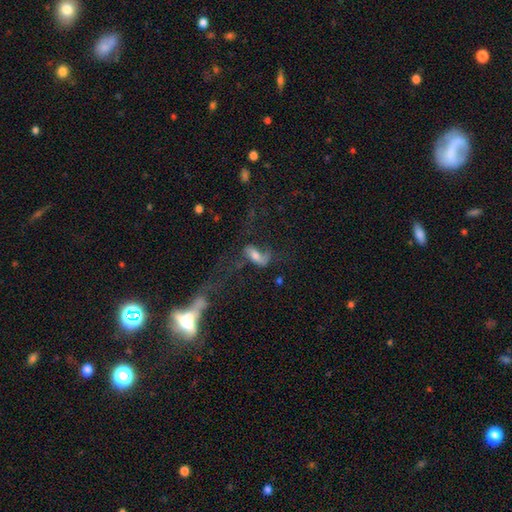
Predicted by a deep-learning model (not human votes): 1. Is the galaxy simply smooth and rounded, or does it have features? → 44% featured or disk, 42% smooth, 14% star or artifact.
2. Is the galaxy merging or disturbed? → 36% major disturbance, 35% none, 19% minor disturbance, 10% merger.